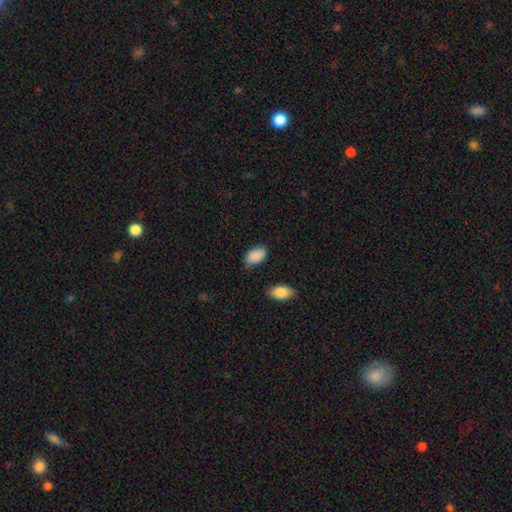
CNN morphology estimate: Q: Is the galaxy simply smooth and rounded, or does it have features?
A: smooth — 88%.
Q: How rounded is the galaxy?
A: in between — 93%.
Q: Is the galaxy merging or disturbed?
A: none — 74%.